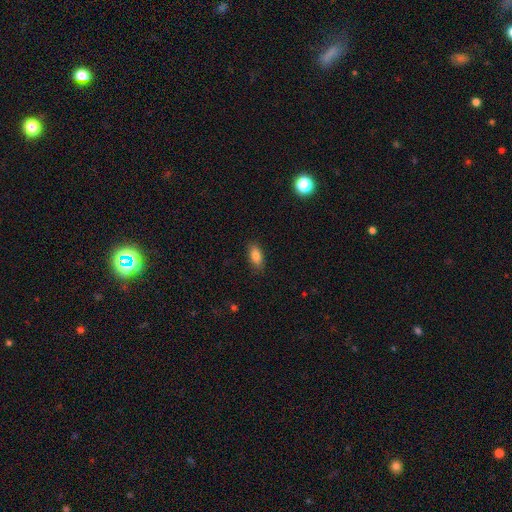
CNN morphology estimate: smooth 85%, star or artifact 8%, featured or disk 7%. Down the decision tree: how rounded — in between (88%); merging — none (86%).